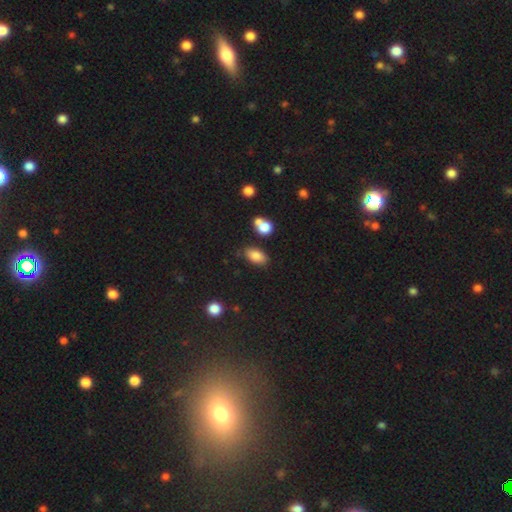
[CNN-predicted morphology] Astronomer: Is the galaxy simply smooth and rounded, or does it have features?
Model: smooth — 81%.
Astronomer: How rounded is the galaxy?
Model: in between — 88%.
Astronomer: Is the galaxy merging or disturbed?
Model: none — 75%.